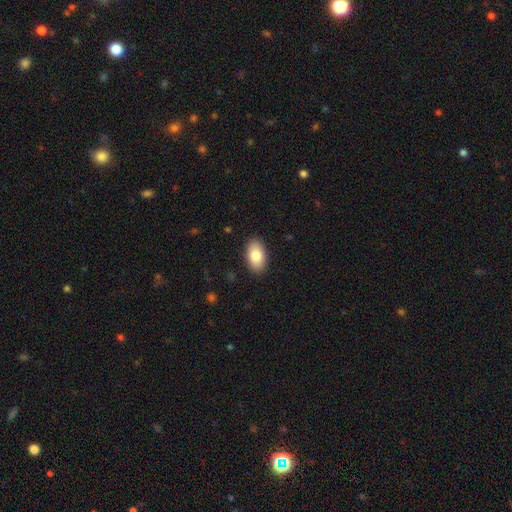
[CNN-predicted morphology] smooth_or_featured: smooth (p=0.83) [alt: featured or disk p=0.10]
how_rounded: in between (p=0.94) [alt: round p=0.05]
merging: none (p=0.89) [alt: minor disturbance p=0.08]